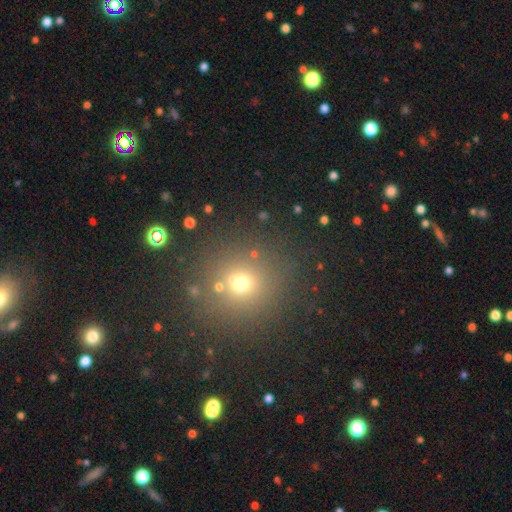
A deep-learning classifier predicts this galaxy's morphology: Smooth or featured?
  - smooth: 53% *
  - star or artifact: 38%
  - featured or disk: 9%
How rounded?
  - round: 89% *
  - in between: 10%
  - cigar-shaped: 1%
Merging?
  - none: 83% *
  - minor disturbance: 7%
  - merger: 6%
  - major disturbance: 3%